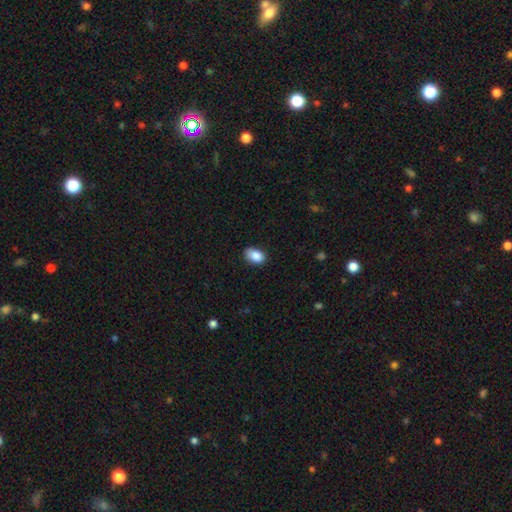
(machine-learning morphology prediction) Smooth or featured?
  - smooth: 87% *
  - star or artifact: 8%
  - featured or disk: 5%
How rounded?
  - in between: 88% *
  - round: 11%
  - cigar-shaped: 1%
Merging?
  - none: 79% *
  - minor disturbance: 17%
  - major disturbance: 3%
  - merger: 1%